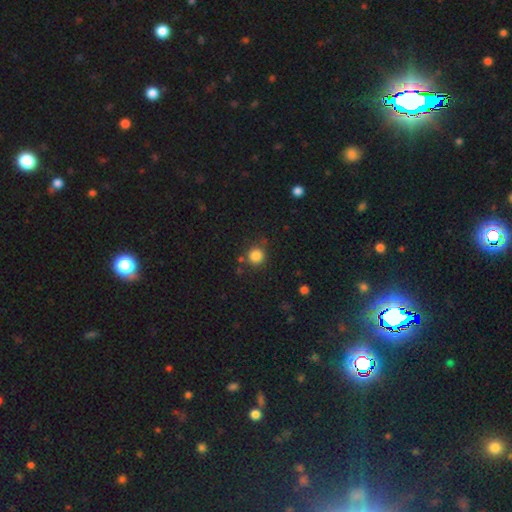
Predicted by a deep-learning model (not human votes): Morphology: type=smooth (84%); roundness=round (93%); merging=none (81%).